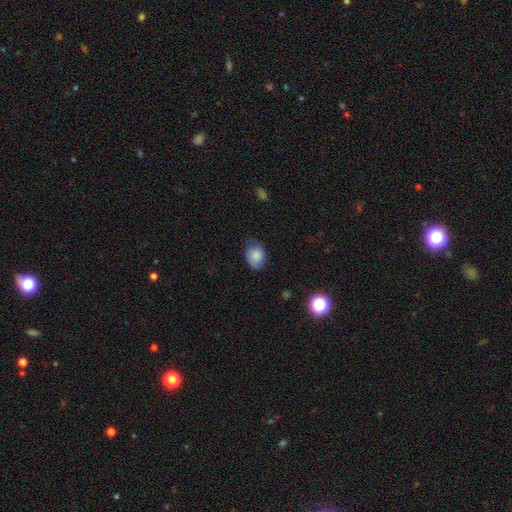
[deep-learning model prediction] A smooth galaxy with no disk features (80%) that is in between round and cigar-shaped (67%).

Vote fractions:
- Smooth or featured? smooth: 80% / featured or disk: 12% / star or artifact: 8%
- How rounded? in between: 67% / round: 32% / cigar-shaped: 1%
- Merging? none: 62% / minor disturbance: 29% / major disturbance: 7% / merger: 1%